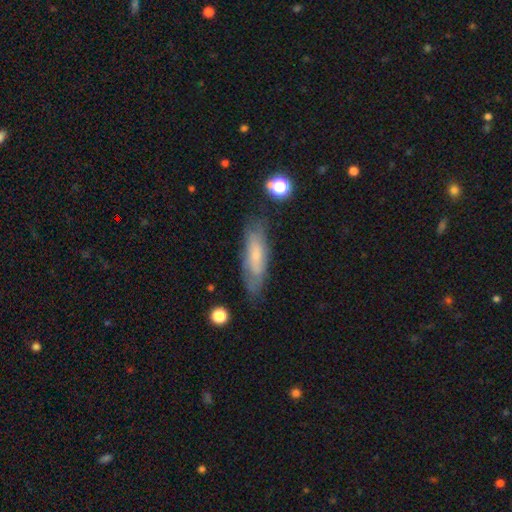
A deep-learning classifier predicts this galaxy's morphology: smooth-or-featured: smooth: 51% | featured or disk: 41% | star or artifact: 8%
  how-rounded: cigar-shaped: 55% | in between: 43% | round: 2%
  merging: none: 73% | minor disturbance: 19% | major disturbance: 6% | merger: 2%